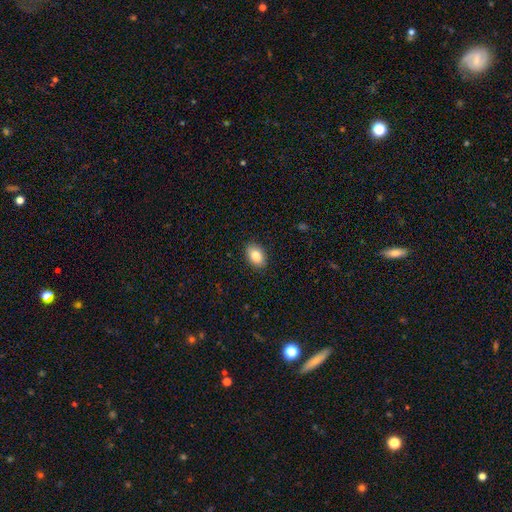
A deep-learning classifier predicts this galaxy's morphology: smooth_or_featured: smooth (p=0.83) [alt: featured or disk p=0.09]
how_rounded: in between (p=0.87) [alt: round p=0.12]
merging: none (p=0.89) [alt: minor disturbance p=0.08]